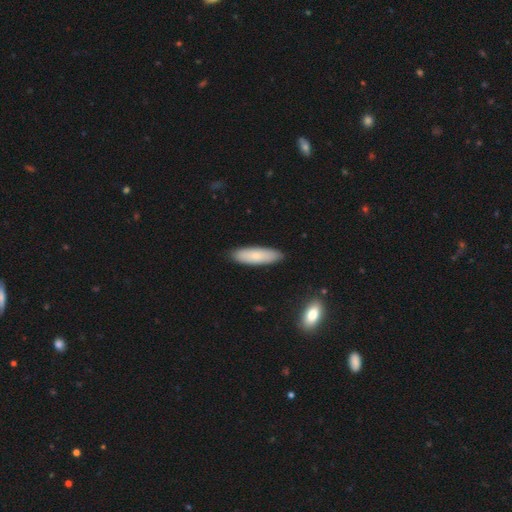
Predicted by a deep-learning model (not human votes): Smooth or featured?
  - smooth: 76% *
  - featured or disk: 18%
  - star or artifact: 6%
How rounded?
  - cigar-shaped: 57% *
  - in between: 42%
  - round: 2%
Merging?
  - none: 88% *
  - minor disturbance: 9%
  - major disturbance: 2%
  - merger: 1%